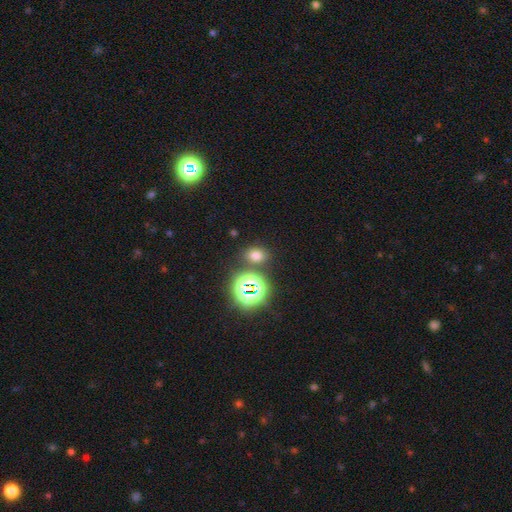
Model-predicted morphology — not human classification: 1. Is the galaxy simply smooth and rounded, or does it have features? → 64% smooth, 29% star or artifact, 7% featured or disk.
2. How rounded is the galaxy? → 60% in between, 39% round, 1% cigar-shaped.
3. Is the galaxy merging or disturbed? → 78% none, 9% minor disturbance, 9% merger, 3% major disturbance.